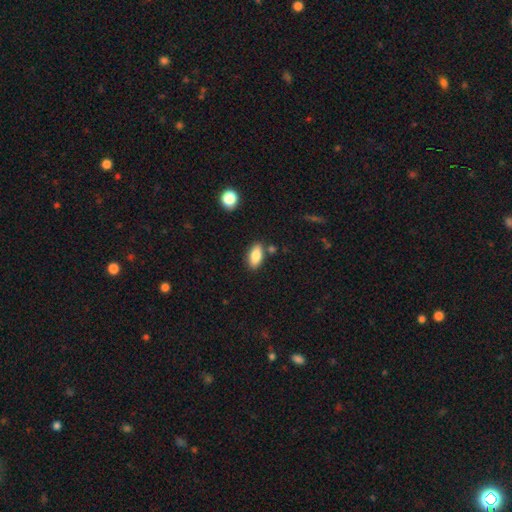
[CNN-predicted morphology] type=smooth (84%); roundness=in between (88%); merging=none (82%).